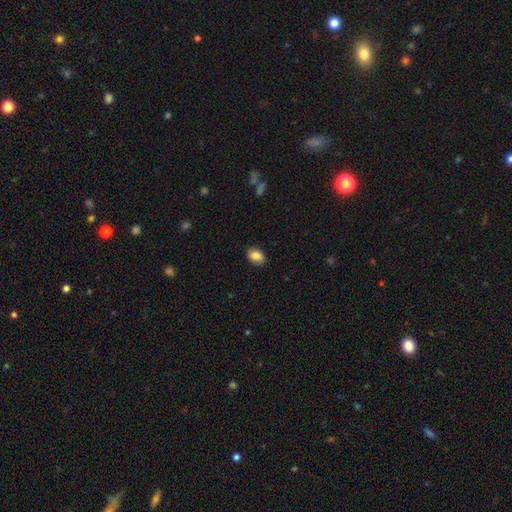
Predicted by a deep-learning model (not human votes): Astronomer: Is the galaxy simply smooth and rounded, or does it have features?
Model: smooth — 87%.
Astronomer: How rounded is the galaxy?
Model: in between — 79%.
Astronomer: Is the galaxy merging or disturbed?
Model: none — 86%.